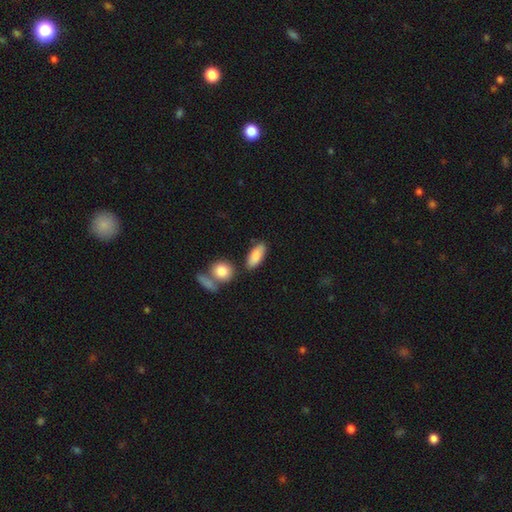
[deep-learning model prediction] Smooth or featured? Predicted: smooth (p=0.85). How rounded? Predicted: in between (p=0.82). Merging? Predicted: none (p=0.74).